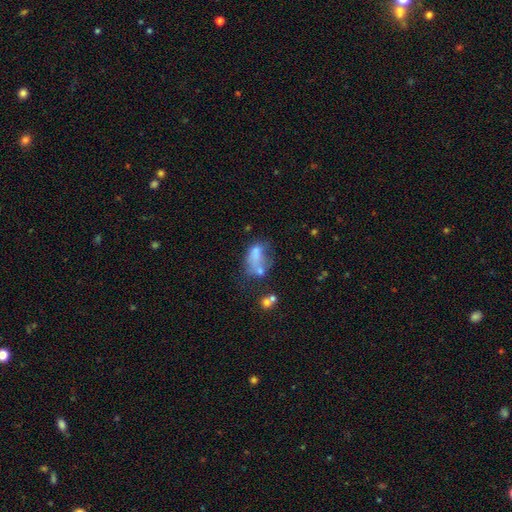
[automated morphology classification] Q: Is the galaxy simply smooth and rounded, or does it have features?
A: smooth — 59%.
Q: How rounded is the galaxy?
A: in between — 85%.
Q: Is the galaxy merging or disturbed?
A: major disturbance — 31%.